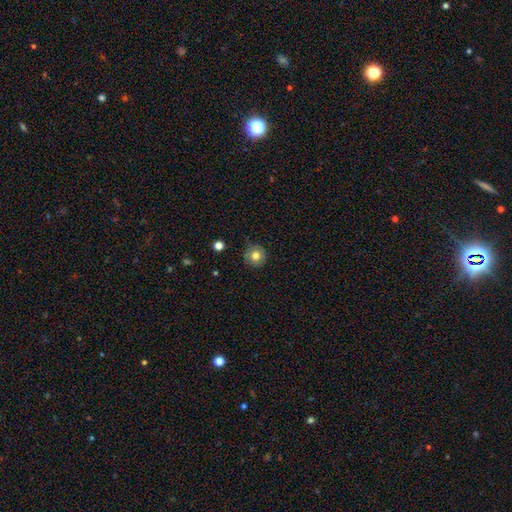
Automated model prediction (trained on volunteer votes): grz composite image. It shows a smooth galaxy with no disk features (78%) that is round (94%). Merging: none (83%).